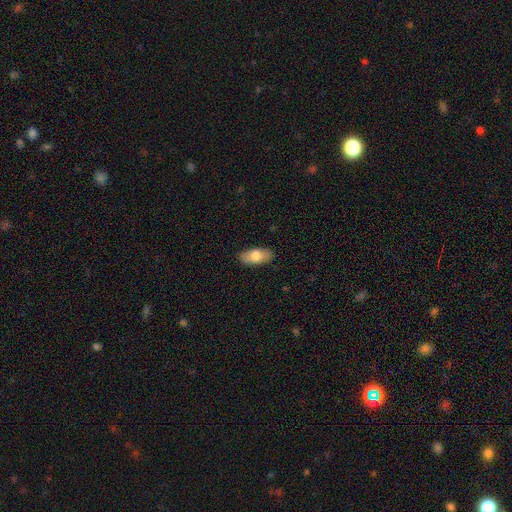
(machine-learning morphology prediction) type=smooth (76%); roundness=in between (89%); merging=none (86%).